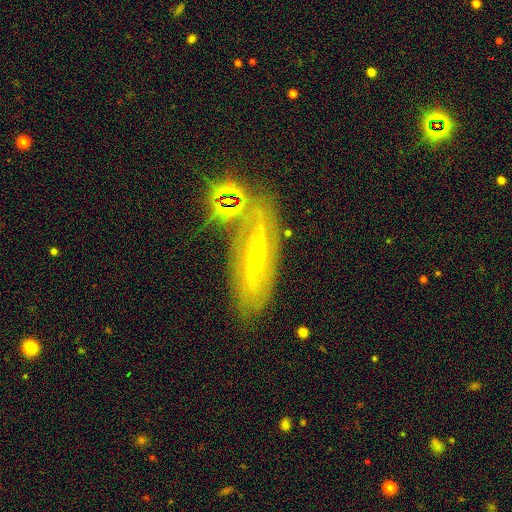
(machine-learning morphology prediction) Smooth or featured: featured or disk — 71% (smooth — 16%)
Edge-on disk: no — 73% (yes — 27%)
Bar: no — 49% (weak — 28%)
Spiral arms: yes — 74% (no — 26%)
Bulge size: small — 76% (moderate — 21%)
Merging: none — 62% (minor disturbance — 19%)